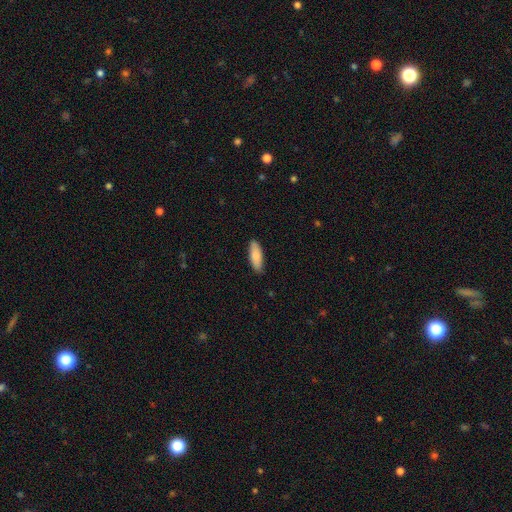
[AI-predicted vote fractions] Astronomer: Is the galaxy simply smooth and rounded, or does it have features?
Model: smooth — 86%.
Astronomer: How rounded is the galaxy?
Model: in between — 64%.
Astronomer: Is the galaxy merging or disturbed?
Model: none — 87%.